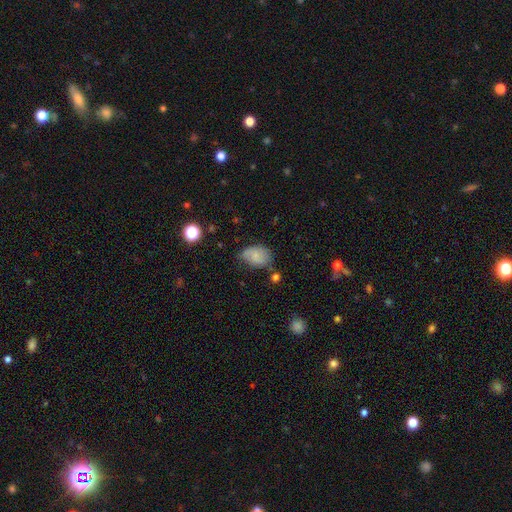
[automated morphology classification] Overall: smooth (74%). How rounded: in between (80%). Merging: none (51%; minor disturbance 36%).